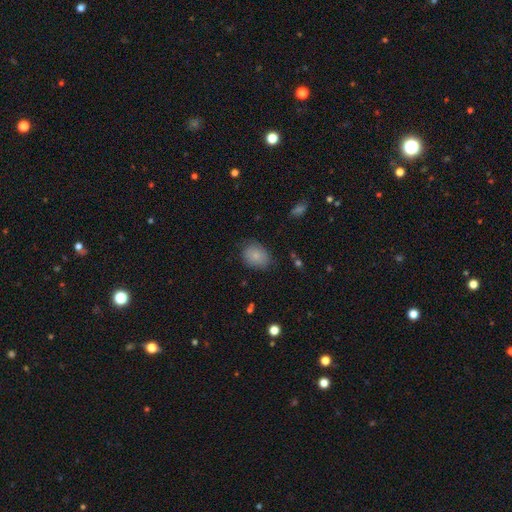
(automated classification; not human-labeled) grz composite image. It shows a smooth galaxy with no disk features (81%) that is in between round and cigar-shaped (60%). Merging: none (72%).